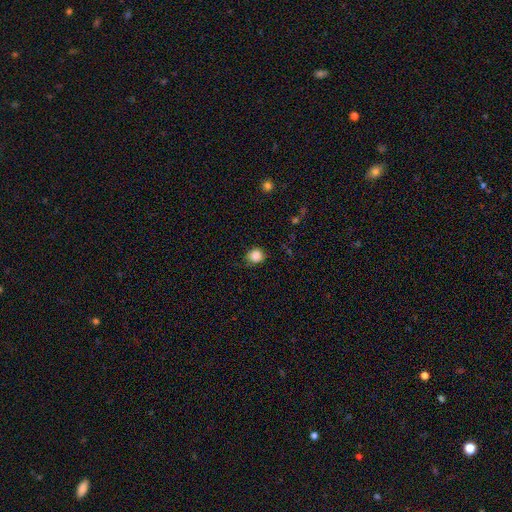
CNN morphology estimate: Smooth or featured?
  - smooth: 87% *
  - star or artifact: 10%
  - featured or disk: 3%
How rounded?
  - round: 87% *
  - in between: 12%
  - cigar-shaped: 1%
Merging?
  - none: 79% *
  - minor disturbance: 16%
  - major disturbance: 3%
  - merger: 1%